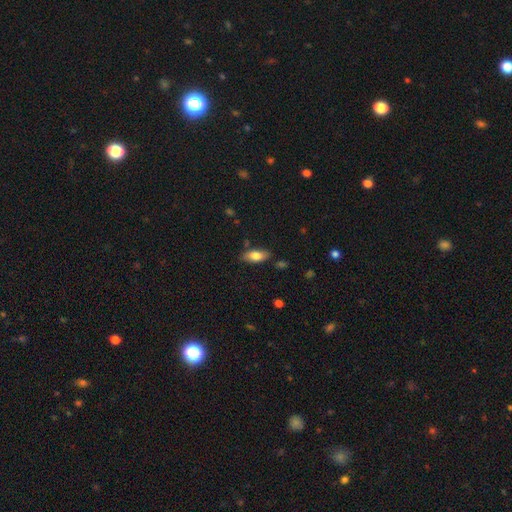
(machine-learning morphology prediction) smooth 79%, featured or disk 14%, star or artifact 7%. Down the decision tree: how rounded — in between (85%); merging — none (80%).